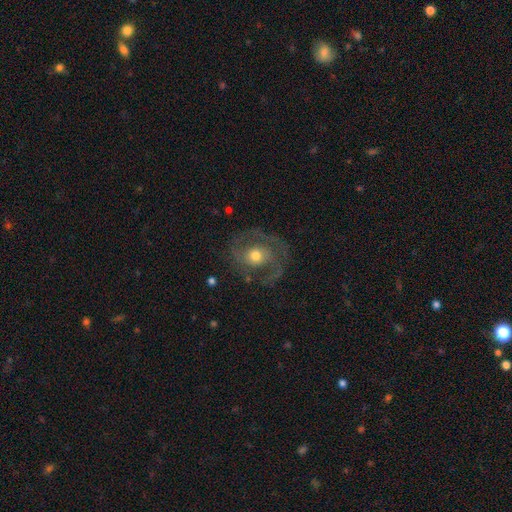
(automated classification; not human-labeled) Morphology: type=featured or disk (75%); edge-on=no (97%); bar=no (71%); spiral arms=yes (82%); winding=medium (48%); arm count=2 (72%); bulge=moderate (69%); merging=none (69%).